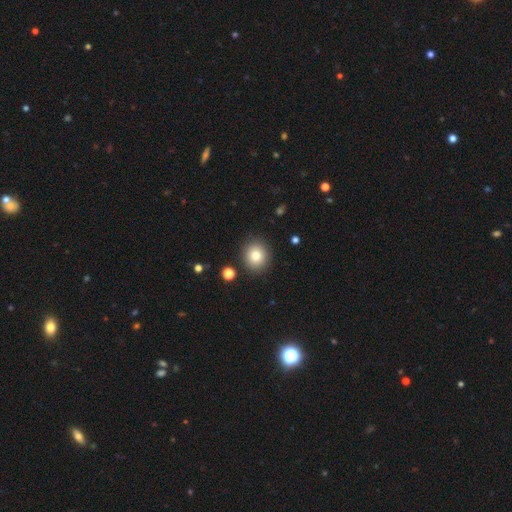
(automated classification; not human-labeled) Smooth or featured? smooth (79%)
How rounded? round (81%)
Merging? none (88%)